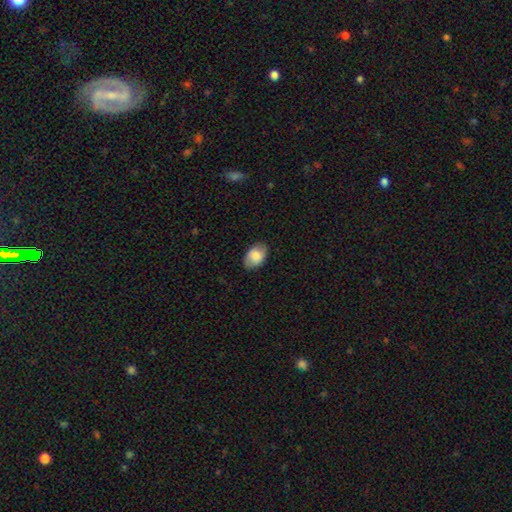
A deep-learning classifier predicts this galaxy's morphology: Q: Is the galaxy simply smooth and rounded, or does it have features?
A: smooth — 82%.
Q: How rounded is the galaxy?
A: in between — 88%.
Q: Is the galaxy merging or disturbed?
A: none — 83%.